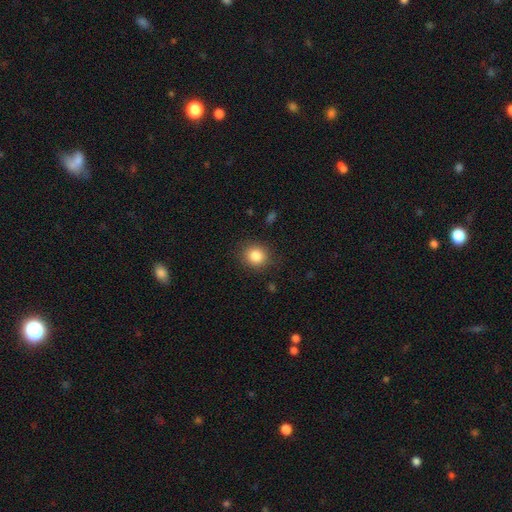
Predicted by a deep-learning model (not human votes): Smooth or featured? smooth (84%)
How rounded? round (81%)
Merging? none (87%)